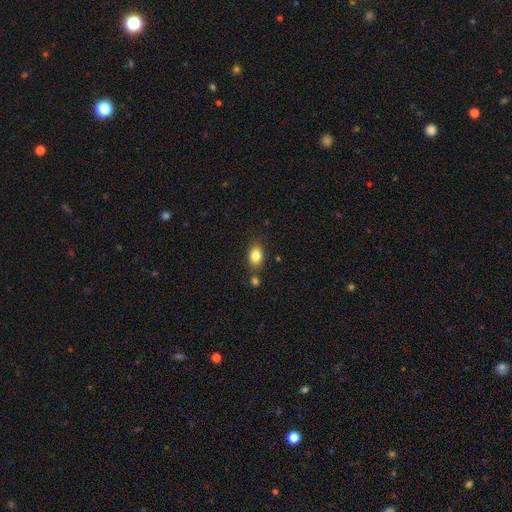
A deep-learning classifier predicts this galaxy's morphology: Smooth or featured: smooth — 84% (star or artifact — 9%)
How rounded: in between — 78% (round — 21%)
Merging: none — 76% (minor disturbance — 12%)